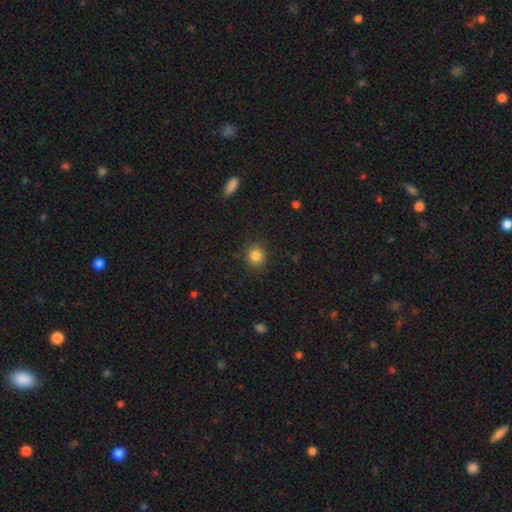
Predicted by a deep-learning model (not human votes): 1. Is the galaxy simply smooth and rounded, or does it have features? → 84% smooth, 11% star or artifact, 5% featured or disk.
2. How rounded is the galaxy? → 89% round, 10% in between, 1% cigar-shaped.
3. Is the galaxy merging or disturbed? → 90% none, 7% minor disturbance, 2% major disturbance, 1% merger.